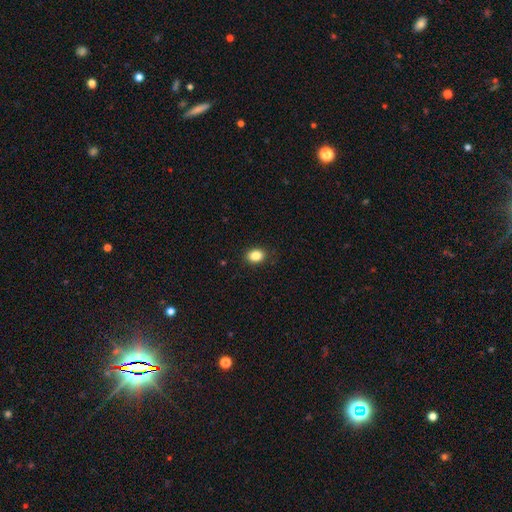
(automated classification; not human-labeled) Smooth or featured? smooth (86%)
How rounded? in between (64%)
Merging? none (89%)